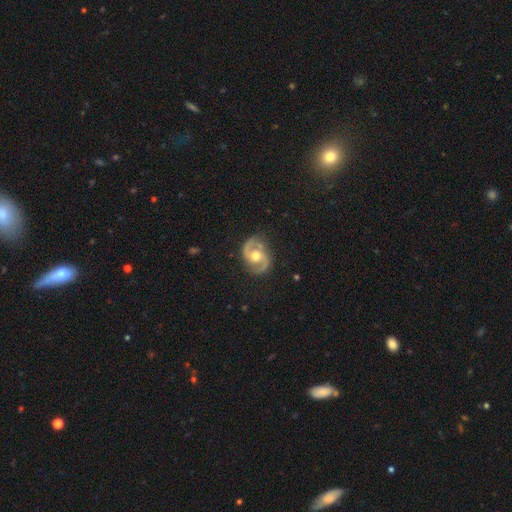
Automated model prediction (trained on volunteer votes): A featured or disk galaxy (91%) with no bar (55%), 2 (94%) medium (60%) spiral arms (97%) and a moderate central bulge (78%).

Vote fractions:
- Smooth or featured? featured or disk: 91% / smooth: 5% / star or artifact: 4%
- Edge-on disk? no: 98% / yes: 2%
- Bar? no: 55% / weak: 35% / strong: 10%
- Spiral arms? yes: 97% / no: 3%
- Spiral winding? medium: 60% / loose: 21% / tight: 19%
- Spiral arm count? 2: 94% / can't tell: 2% / 1: 1% / 3: 1% / 4: 1% / more than 4: 1%
- Bulge size? moderate: 78% / small: 11% / large: 9% / none: 1% / dominant: 1%
- Merging? none: 82% / minor disturbance: 13% / major disturbance: 4% / merger: 1%